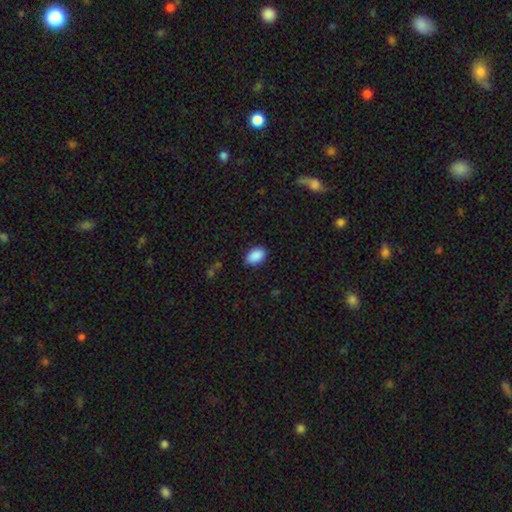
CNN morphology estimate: smooth_or_featured: smooth (p=0.90) [alt: star or artifact p=0.07]
how_rounded: in between (p=0.91) [alt: round p=0.08]
merging: none (p=0.85) [alt: minor disturbance p=0.12]